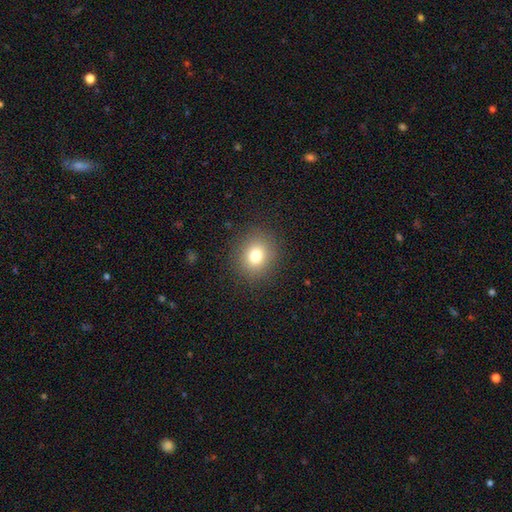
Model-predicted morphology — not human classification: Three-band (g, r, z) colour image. It shows a smooth galaxy with no disk features (78%) that is round (76%). Merging: none (88%).